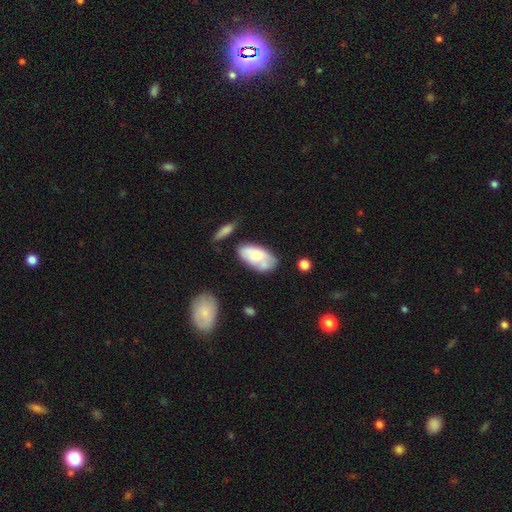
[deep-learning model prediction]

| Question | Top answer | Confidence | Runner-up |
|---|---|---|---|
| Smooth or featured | smooth | 69% | featured or disk (25%) |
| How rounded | in between | 94% | cigar-shaped (4%) |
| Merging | none | 51% | minor disturbance (25%) |